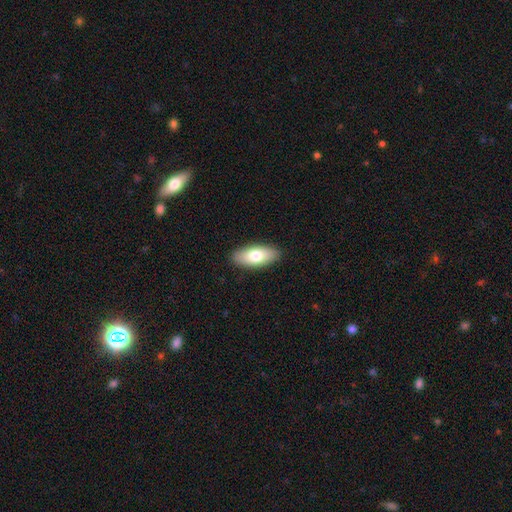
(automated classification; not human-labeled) smooth 76%, featured or disk 19%, star or artifact 6%. Down the decision tree: how rounded — in between (84%); merging — none (90%).